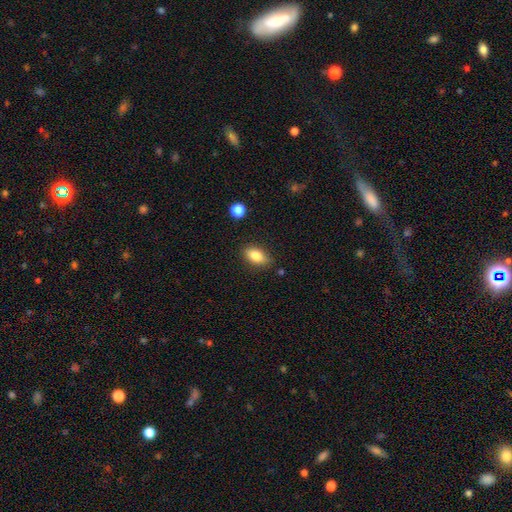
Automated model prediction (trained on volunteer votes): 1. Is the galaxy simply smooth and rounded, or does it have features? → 83% smooth, 9% featured or disk, 8% star or artifact.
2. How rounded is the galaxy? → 87% in between, 6% round, 6% cigar-shaped.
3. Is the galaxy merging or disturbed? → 84% none, 12% minor disturbance, 3% major disturbance, 2% merger.